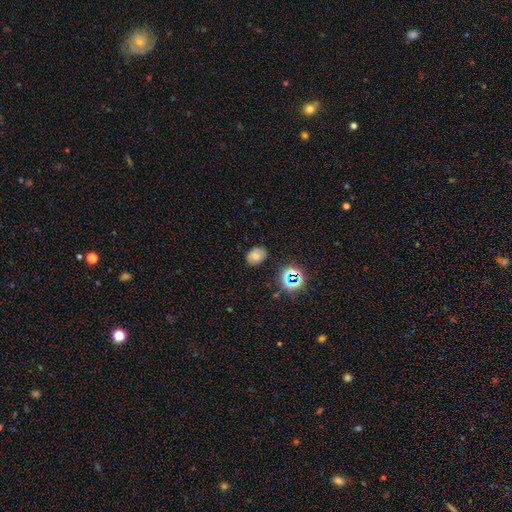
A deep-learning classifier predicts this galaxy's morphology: This is likely a smooth galaxy (67%). How rounded: likely in between (77%). Merging: clearly none (81%).